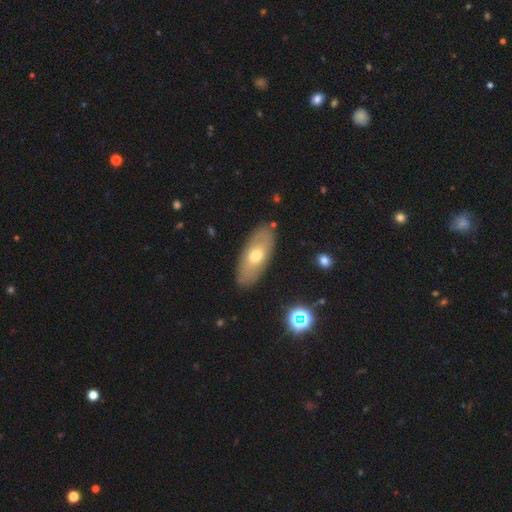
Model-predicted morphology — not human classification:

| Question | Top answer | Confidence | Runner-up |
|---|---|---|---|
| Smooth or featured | smooth | 58% | featured or disk (35%) |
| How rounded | in between | 84% | cigar-shaped (13%) |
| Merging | none | 84% | minor disturbance (11%) |